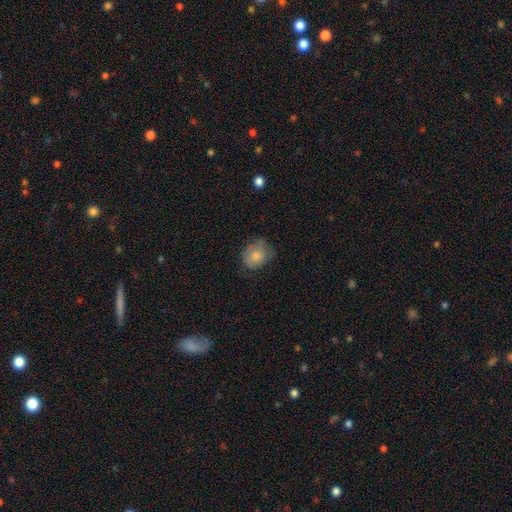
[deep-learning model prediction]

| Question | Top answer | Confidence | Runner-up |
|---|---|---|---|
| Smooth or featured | smooth | 76% | featured or disk (17%) |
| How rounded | round | 55% | in between (44%) |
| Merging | none | 60% | minor disturbance (29%) |